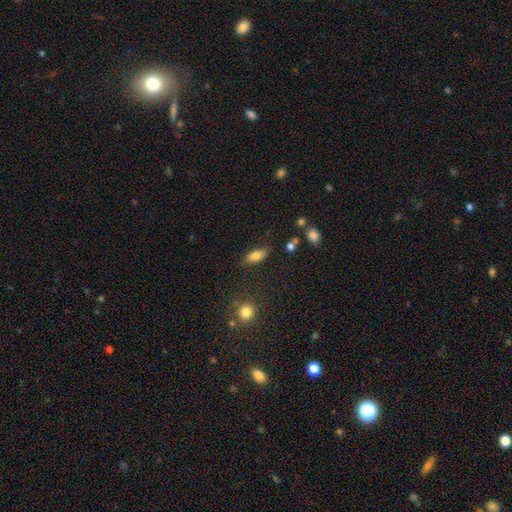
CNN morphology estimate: Smooth or featured: smooth — 79% (featured or disk — 13%)
How rounded: in between — 85% (cigar-shaped — 11%)
Merging: none — 78% (minor disturbance — 14%)